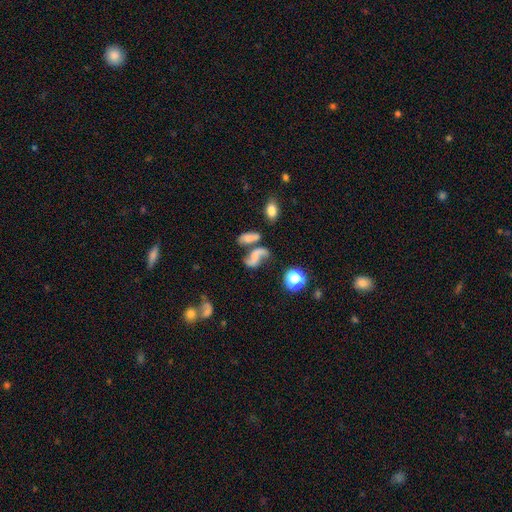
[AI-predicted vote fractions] featured or disk 65%, smooth 22%, star or artifact 13%. Down the decision tree: edge-on disk — no (96%); bar — no (55%); spiral arms — yes (88%); spiral arm count — 2 (85%); spiral winding — loose (80%); bulge size — none (57%); merging — none (38%).